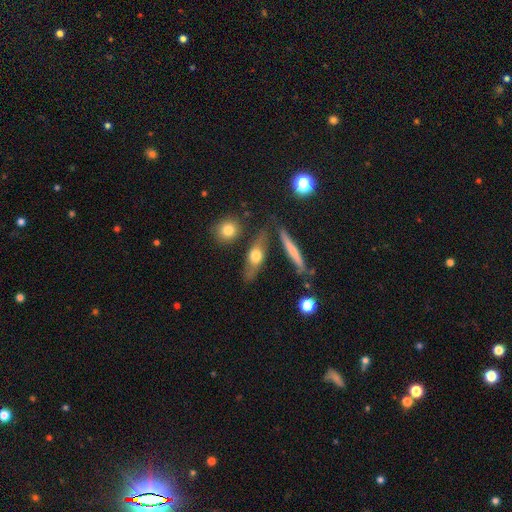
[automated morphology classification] Smooth or featured? Predicted: featured or disk (p=0.47). Merging? Predicted: none (p=0.72).